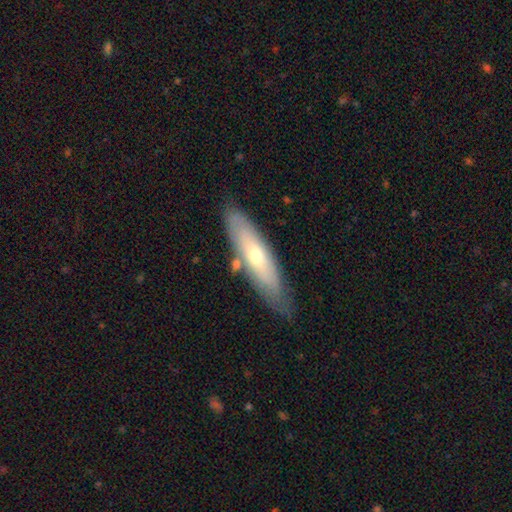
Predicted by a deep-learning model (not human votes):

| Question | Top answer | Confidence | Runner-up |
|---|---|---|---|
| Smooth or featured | smooth | 48% | featured or disk (45%) |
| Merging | none | 76% | minor disturbance (16%) |